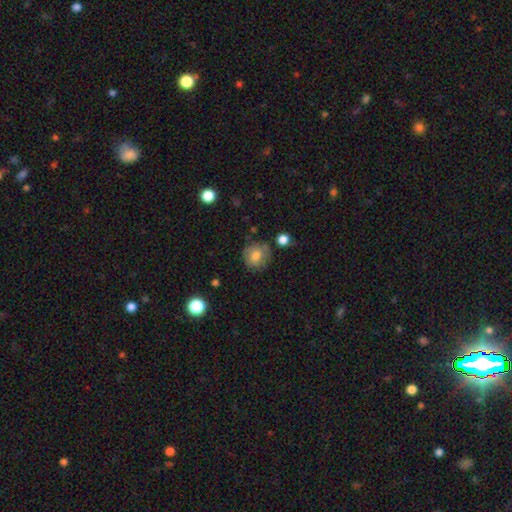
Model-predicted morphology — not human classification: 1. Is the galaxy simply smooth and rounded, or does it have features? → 73% smooth, 18% featured or disk, 9% star or artifact.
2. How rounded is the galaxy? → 87% round, 12% in between, 1% cigar-shaped.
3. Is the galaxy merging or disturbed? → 75% none, 17% minor disturbance, 5% major disturbance, 3% merger.